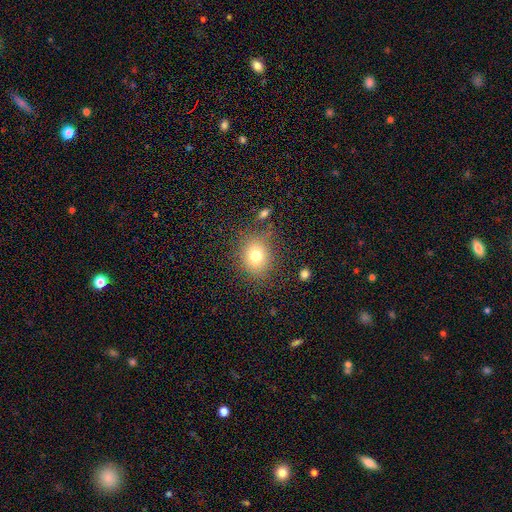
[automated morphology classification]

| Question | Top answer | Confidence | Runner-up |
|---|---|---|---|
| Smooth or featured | smooth | 75% | star or artifact (14%) |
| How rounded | round | 69% | in between (30%) |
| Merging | none | 78% | minor disturbance (13%) |